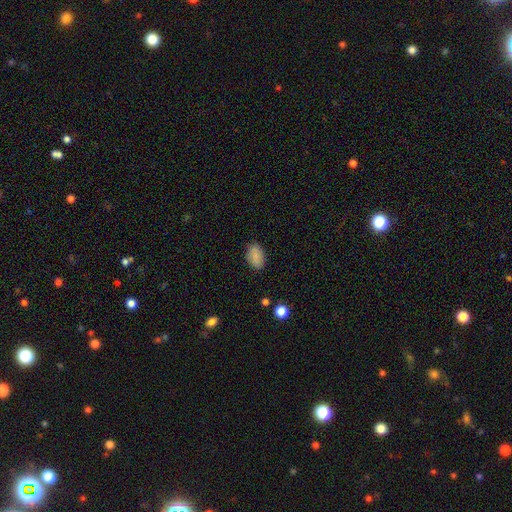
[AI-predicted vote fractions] smooth_or_featured: smooth (p=0.85) [alt: star or artifact p=0.08]
how_rounded: in between (p=0.91) [alt: round p=0.07]
merging: none (p=0.84) [alt: minor disturbance p=0.12]